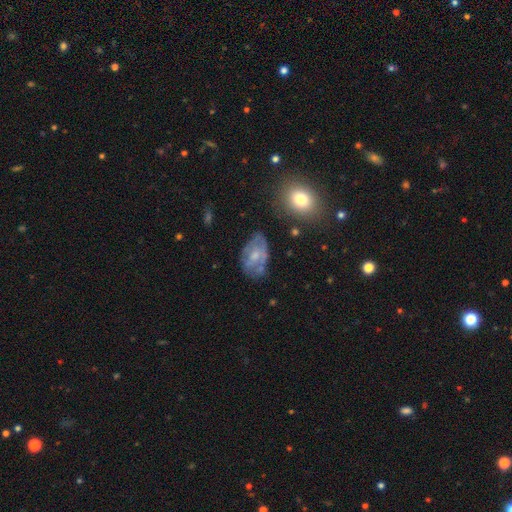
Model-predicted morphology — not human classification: Smooth or featured? featured or disk (55%)
Edge-on disk? no (95%)
Bar? no (76%)
Spiral arms? no (67%)
Bulge size? moderate (43%)
Merging? none (51%)